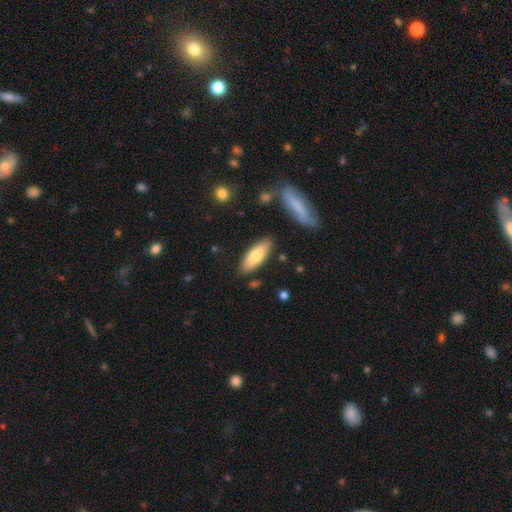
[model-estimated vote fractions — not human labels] Morphology: type=smooth (76%); roundness=in between (68%); merging=none (83%).